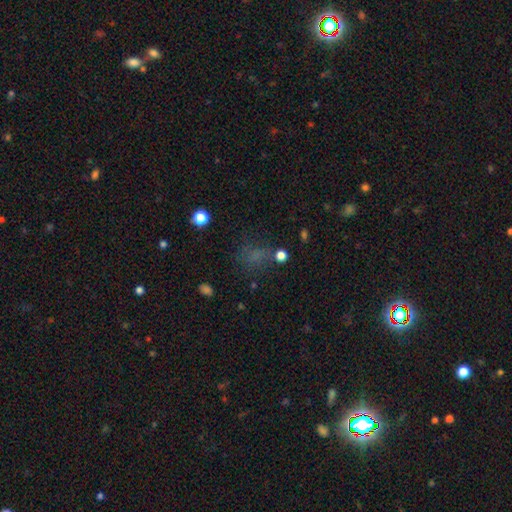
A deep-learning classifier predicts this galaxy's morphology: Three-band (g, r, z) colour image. It shows a smooth galaxy with no disk features (55%) that is round (56%). Merging: none (60%).